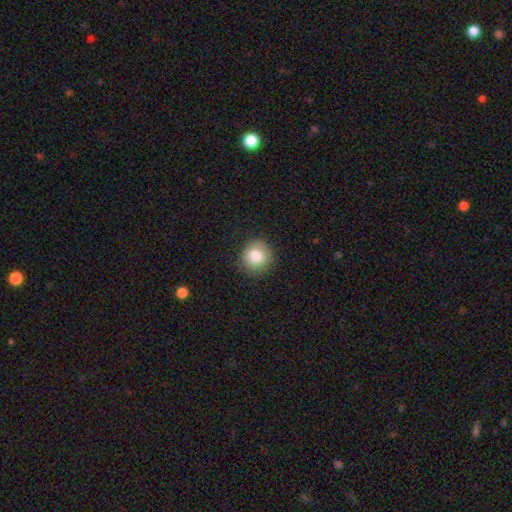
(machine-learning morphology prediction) This is clearly a smooth galaxy (82%). How rounded: clearly round (91%). Merging: clearly none (87%).